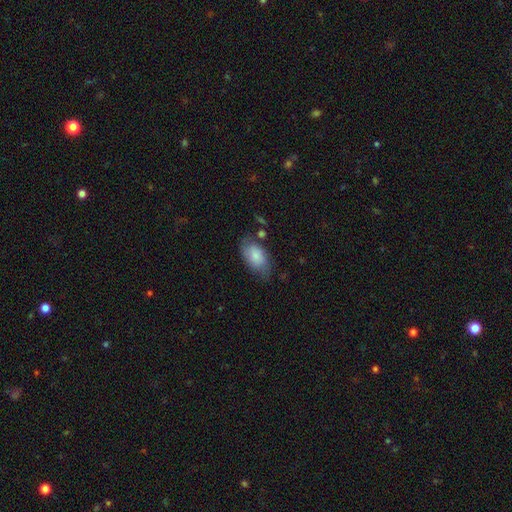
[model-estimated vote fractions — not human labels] smooth_or_featured: smooth (p=0.80) [alt: featured or disk p=0.14]
how_rounded: in between (p=0.92) [alt: round p=0.05]
merging: none (p=0.60) [alt: minor disturbance p=0.26]